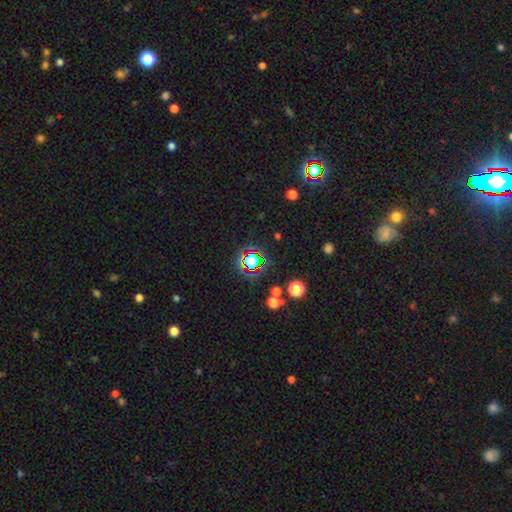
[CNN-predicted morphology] A star or artifact, not a galaxy (65%).